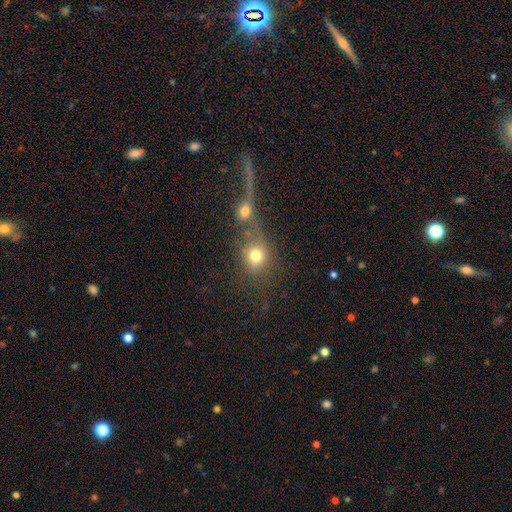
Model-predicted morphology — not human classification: The model was most divided on "merging": merger: 49%, none: 32%, major disturbance: 10%, minor disturbance: 9%. More confident: smooth or featured — smooth (73%); how rounded — round (70%).